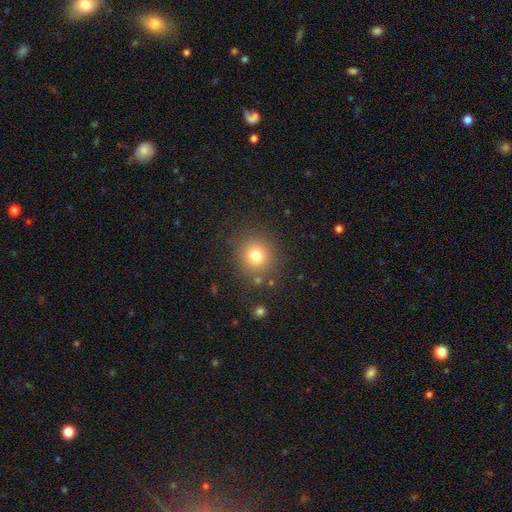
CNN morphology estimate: Smooth or featured? Predicted: smooth (p=0.77). How rounded? Predicted: round (p=0.91). Merging? Predicted: none (p=0.85).